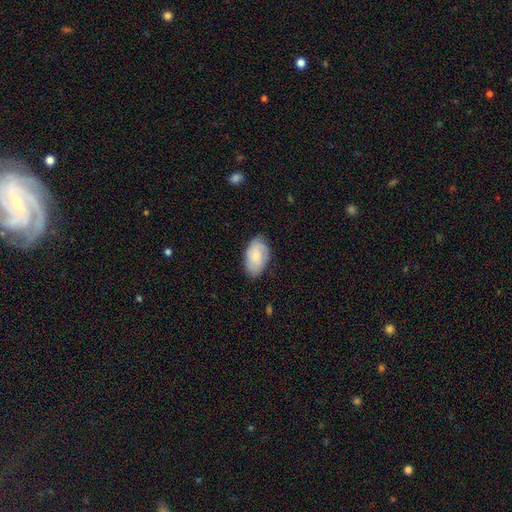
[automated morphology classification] Smooth or featured? Predicted: smooth (p=0.59). How rounded? Predicted: in between (p=0.93). Merging? Predicted: none (p=0.77).